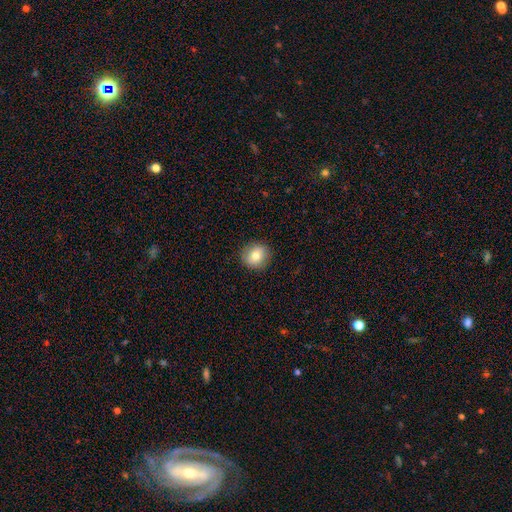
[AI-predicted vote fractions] This appears to be a smooth galaxy with no disk features (78%) that is round (86%). Merging: none (89%).